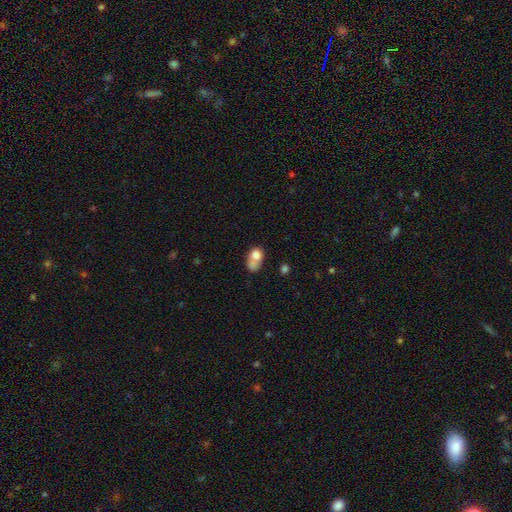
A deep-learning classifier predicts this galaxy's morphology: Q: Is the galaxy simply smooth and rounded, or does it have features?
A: smooth — 73%.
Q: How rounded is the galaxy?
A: in between — 64%.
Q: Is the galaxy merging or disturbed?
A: merger — 45%.